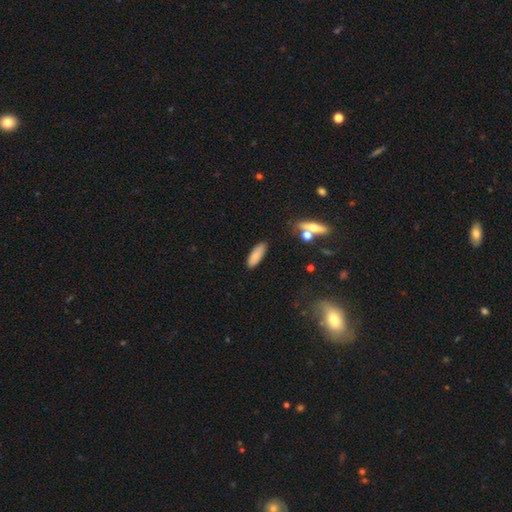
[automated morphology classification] Overall: smooth (83%). How rounded: in between (61%; cigar-shaped 37%). Merging: none (85%).